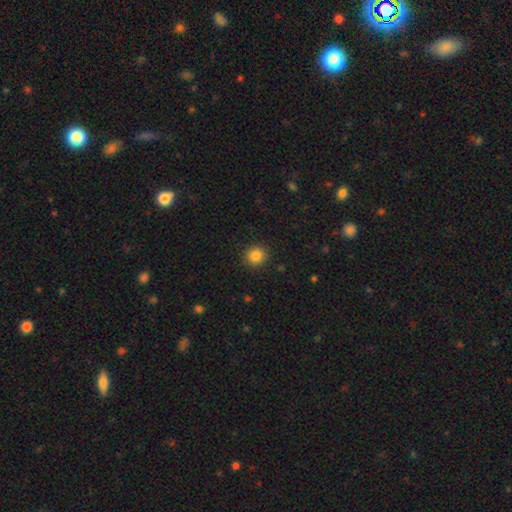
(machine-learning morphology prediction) This appears to be a smooth galaxy with no disk features (86%) that is round (90%). Merging: none (91%).